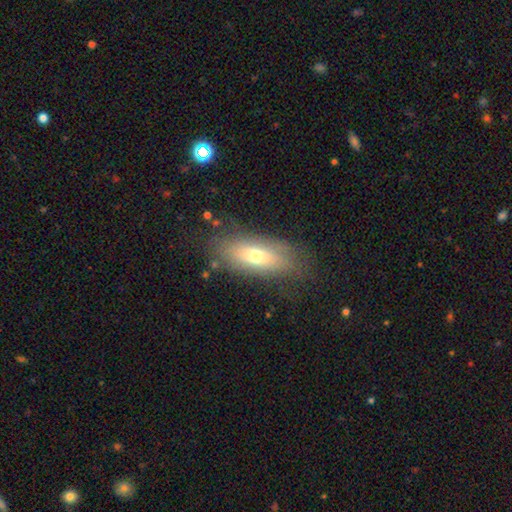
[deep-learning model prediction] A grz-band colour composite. It shows a smooth galaxy with no disk features (65%) that is in between round and cigar-shaped (74%). Merging: none (77%).